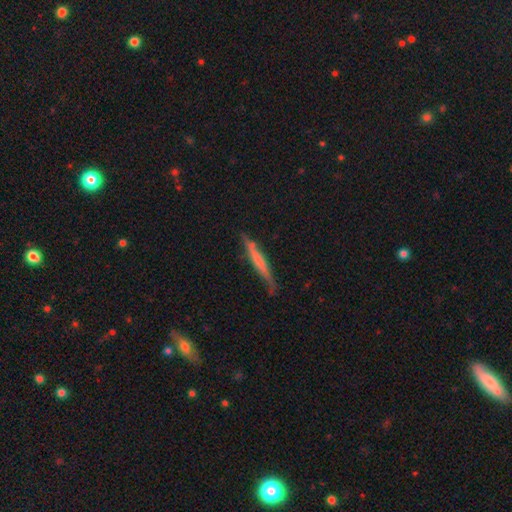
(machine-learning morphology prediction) The model was most divided on "smooth or featured": featured or disk: 48%, smooth: 46%, star or artifact: 6%. More confident: merging — none (75%).